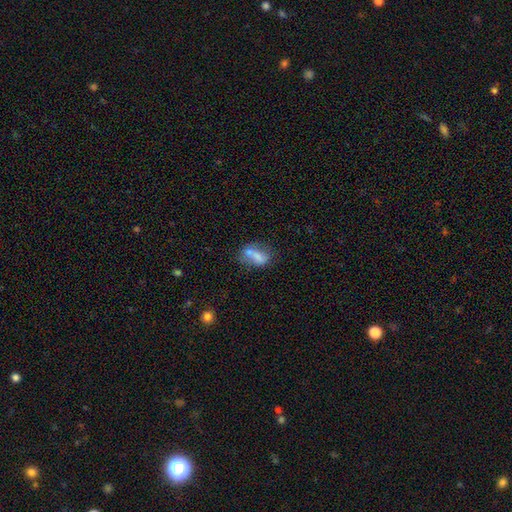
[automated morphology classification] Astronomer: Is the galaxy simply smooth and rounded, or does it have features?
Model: smooth — 66%.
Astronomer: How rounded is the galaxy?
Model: in between — 78%.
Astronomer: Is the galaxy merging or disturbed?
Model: none — 37% (runner-up: merger, 35%).